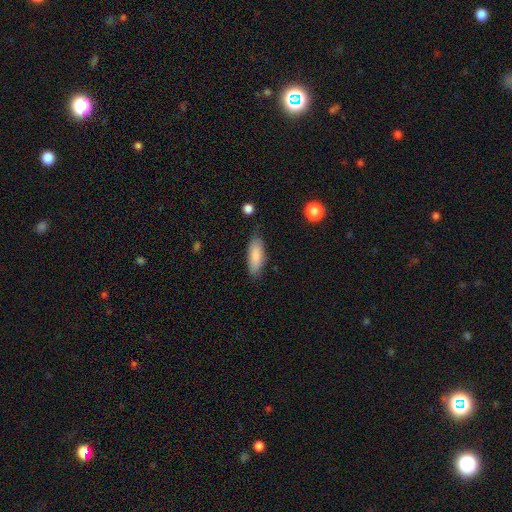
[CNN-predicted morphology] This appears to be a smooth galaxy with no disk features (86%) that is in between round and cigar-shaped (67%). Merging: none (78%).